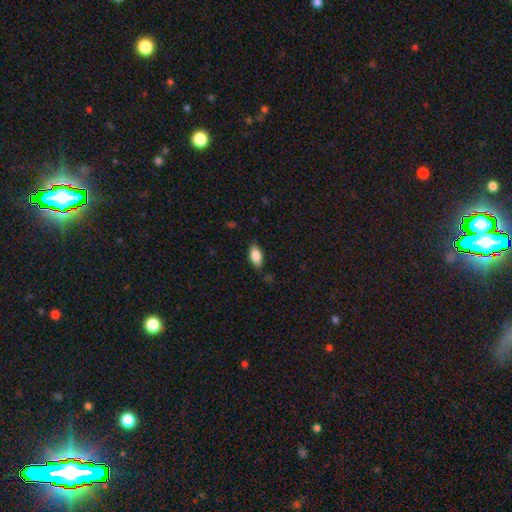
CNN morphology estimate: Q: Smooth or featured?
A: smooth (84%); runner-up: featured or disk (9%)
Q: How rounded?
A: in between (89%); runner-up: cigar-shaped (8%)
Q: Merging?
A: none (80%); runner-up: minor disturbance (16%)